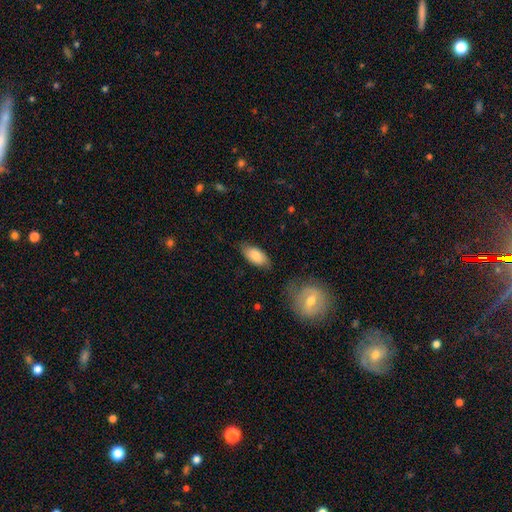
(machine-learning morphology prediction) Overall: smooth (80%). How rounded: in between (91%). Merging: none (72%).